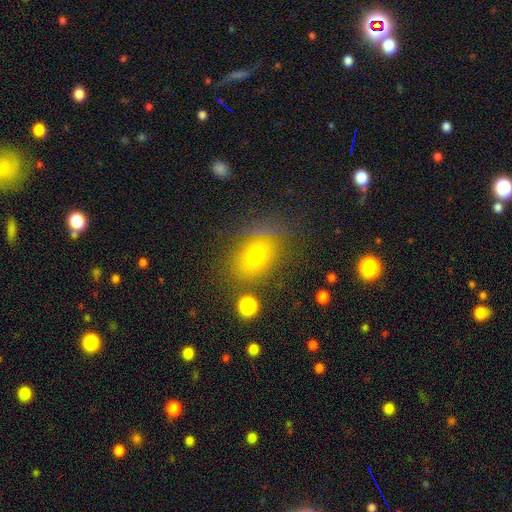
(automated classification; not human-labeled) Smooth or featured? smooth (68%)
How rounded? in between (66%)
Merging? none (74%)